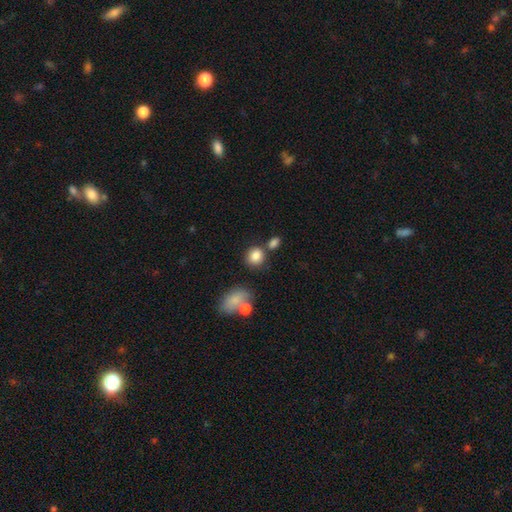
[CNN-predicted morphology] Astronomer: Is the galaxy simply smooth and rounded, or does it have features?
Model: smooth — 84%.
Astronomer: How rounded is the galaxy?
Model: round — 75%.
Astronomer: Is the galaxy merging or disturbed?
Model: none — 67%.